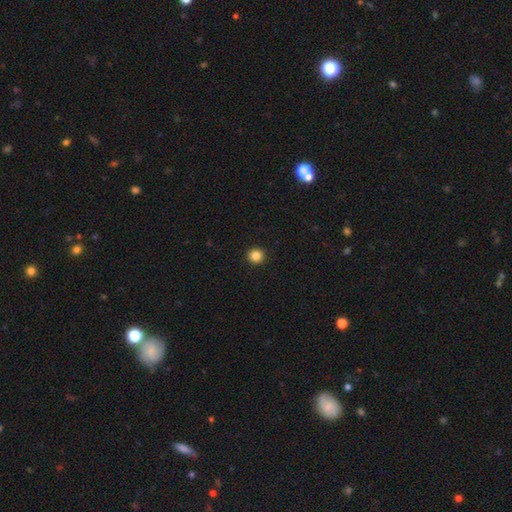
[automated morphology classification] Smooth or featured? Predicted: smooth (p=0.85). How rounded? Predicted: round (p=0.95). Merging? Predicted: none (p=0.94).